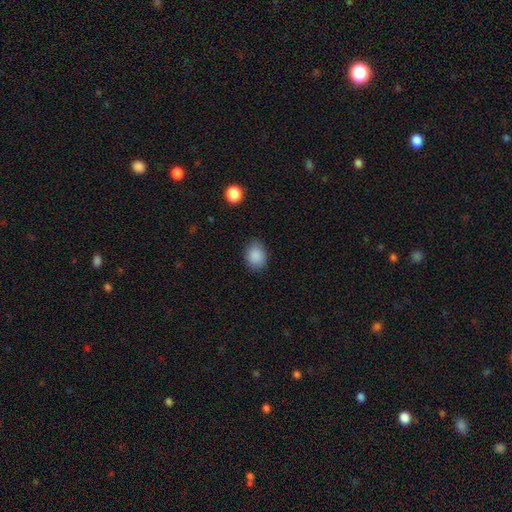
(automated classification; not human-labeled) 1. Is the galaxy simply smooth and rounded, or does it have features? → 88% smooth, 9% star or artifact, 4% featured or disk.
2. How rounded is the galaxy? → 62% in between, 37% round, 1% cigar-shaped.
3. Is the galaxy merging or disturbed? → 81% none, 14% minor disturbance, 3% major disturbance, 1% merger.